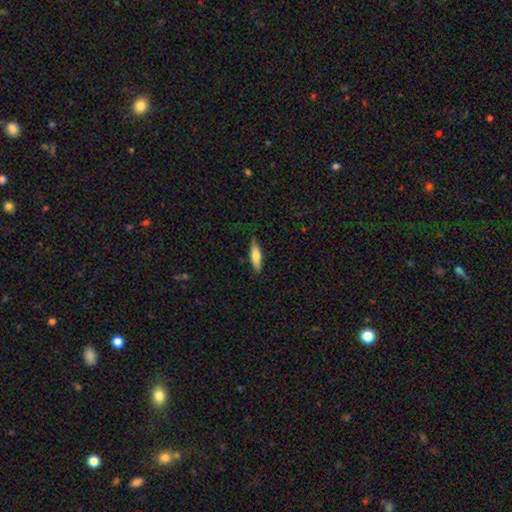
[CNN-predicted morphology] This appears to be a smooth galaxy with no disk features (71%) that is cigar-shaped (63%). Merging: none (86%).